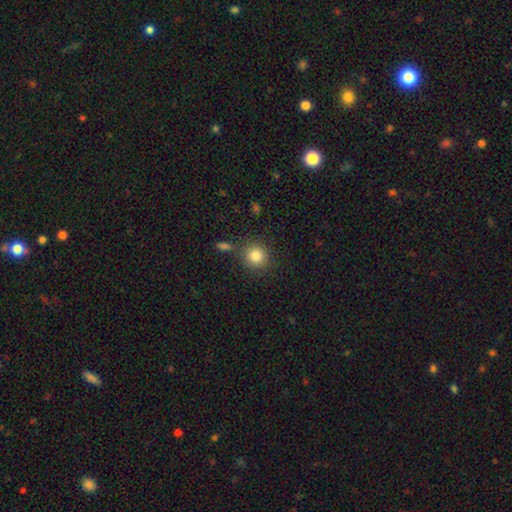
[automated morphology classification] Smooth or featured: smooth — 83% (star or artifact — 10%)
How rounded: round — 89% (in between — 10%)
Merging: none — 81% (minor disturbance — 10%)